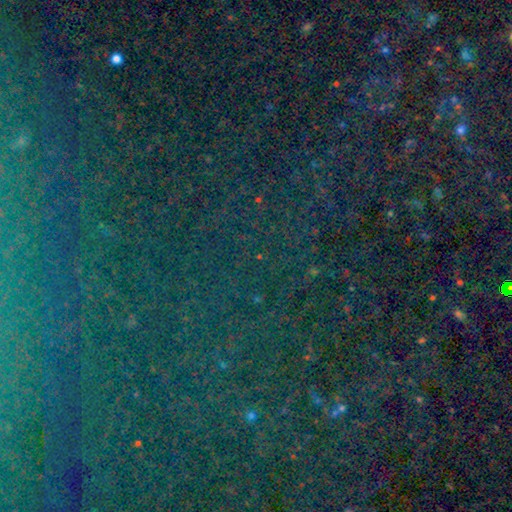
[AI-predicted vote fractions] smooth-or-featured: star or artifact: 85% | smooth: 9% | featured or disk: 7%